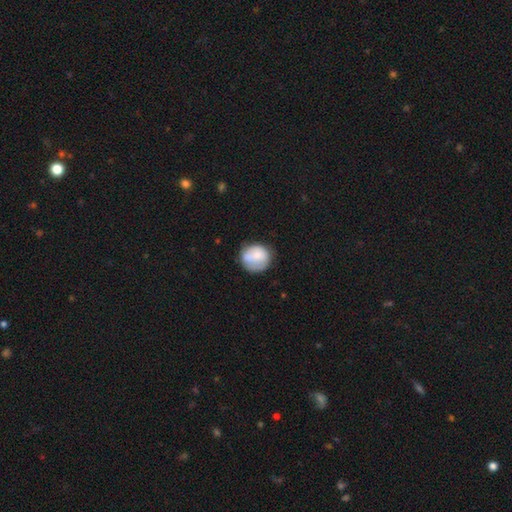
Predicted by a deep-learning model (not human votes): A smooth galaxy with no disk features (72%) that is round (84%). Merging: none (63%).